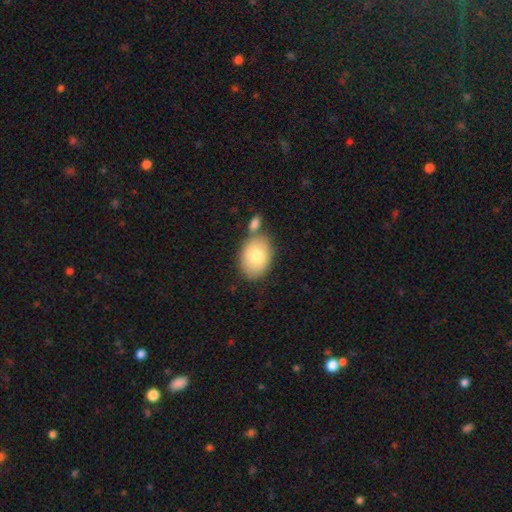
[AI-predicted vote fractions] Smooth or featured? smooth (76%)
How rounded? in between (77%)
Merging? none (63%)